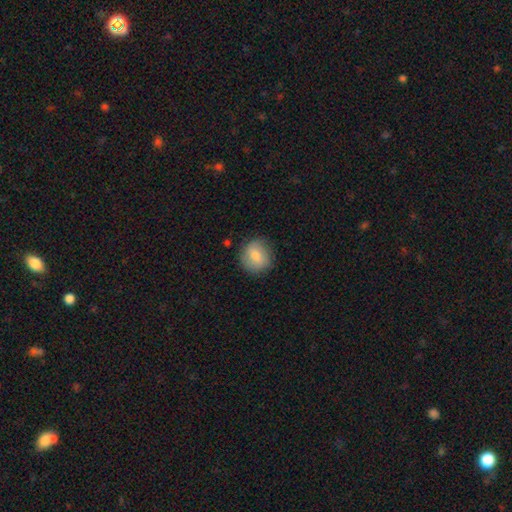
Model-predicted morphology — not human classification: smooth-or-featured: smooth: 78% | featured or disk: 15% | star or artifact: 7%
  how-rounded: round: 83% | in between: 16% | cigar-shaped: 1%
  merging: none: 79% | minor disturbance: 16% | major disturbance: 4% | merger: 1%